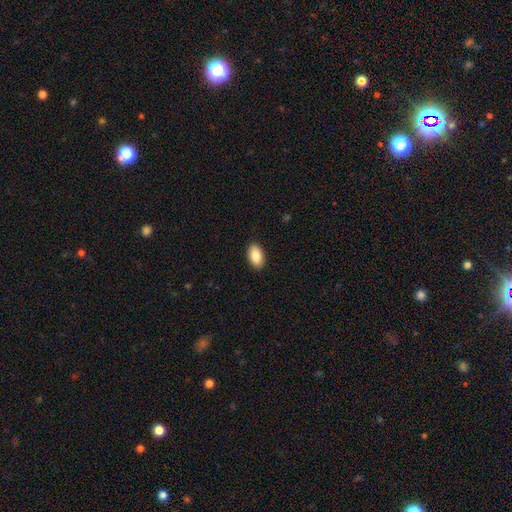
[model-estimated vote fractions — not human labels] smooth 88%, star or artifact 6%, featured or disk 6%. Down the decision tree: how rounded — in between (94%); merging — none (90%).